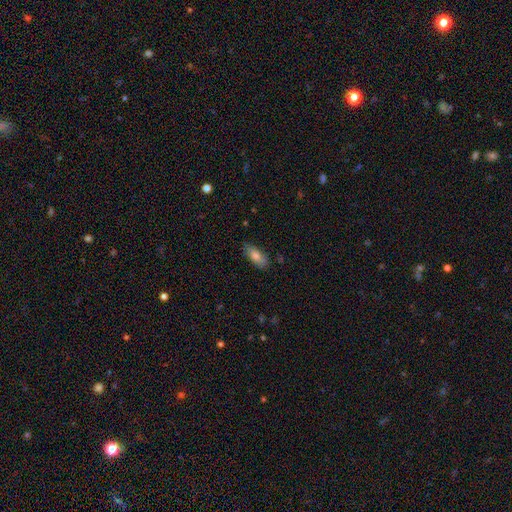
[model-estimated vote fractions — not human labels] smooth_or_featured: smooth (p=0.76) [alt: featured or disk p=0.17]
how_rounded: in between (p=0.80) [alt: cigar-shaped p=0.17]
merging: none (p=0.81) [alt: minor disturbance p=0.15]